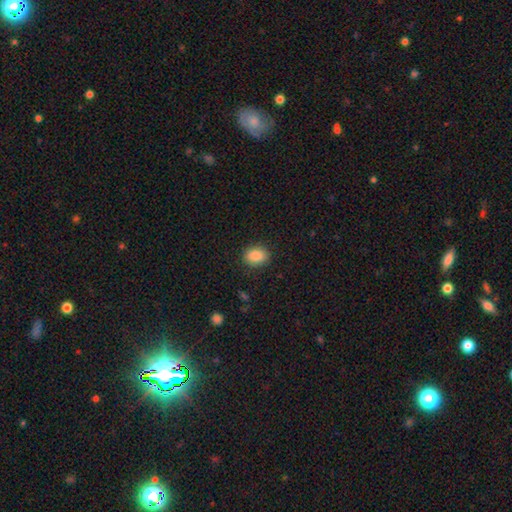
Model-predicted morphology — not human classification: smooth-or-featured: smooth: 88% | star or artifact: 8% | featured or disk: 4%
  how-rounded: in between: 68% | round: 31% | cigar-shaped: 1%
  merging: none: 87% | minor disturbance: 9% | major disturbance: 3% | merger: 1%